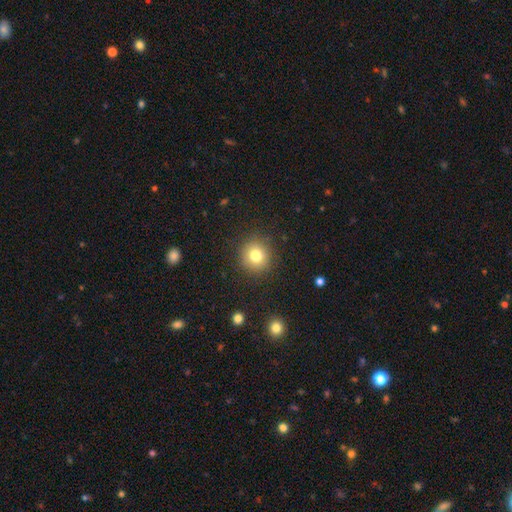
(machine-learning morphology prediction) The model was most divided on "smooth or featured": smooth: 79%, star or artifact: 12%, featured or disk: 9%. More confident: how rounded — round (91%); merging — none (89%).